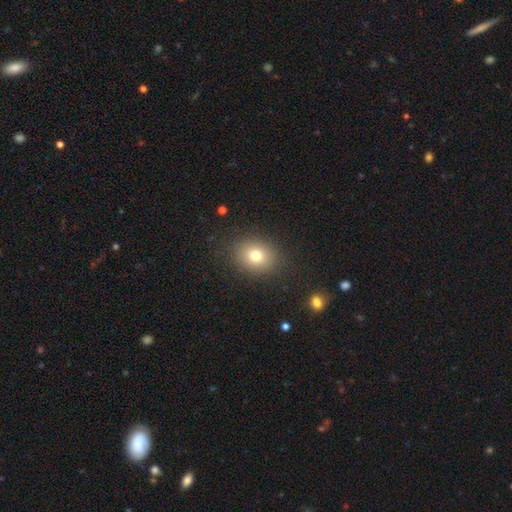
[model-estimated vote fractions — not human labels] A smooth galaxy with no disk features (77%) that is round (58%).

Vote fractions:
- Smooth or featured? smooth: 77% / star or artifact: 13% / featured or disk: 10%
- How rounded? round: 58% / in between: 41% / cigar-shaped: 1%
- Merging? none: 87% / minor disturbance: 8% / major disturbance: 3% / merger: 1%